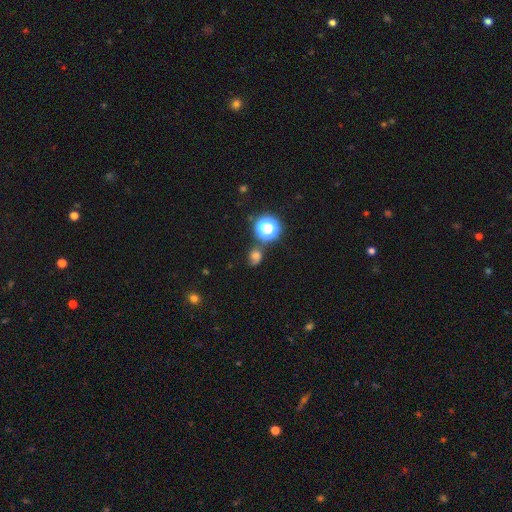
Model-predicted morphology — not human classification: Q: Smooth or featured?
A: smooth (61%); runner-up: star or artifact (26%)
Q: How rounded?
A: round (68%); runner-up: in between (30%)
Q: Merging?
A: none (59%); runner-up: minor disturbance (20%)